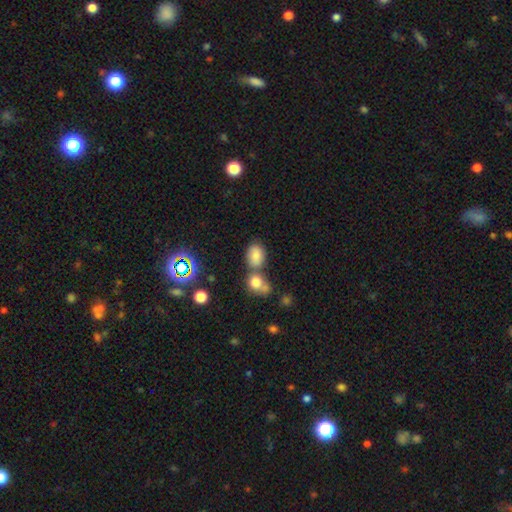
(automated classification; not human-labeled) Q: Smooth or featured?
A: smooth (76%); runner-up: star or artifact (14%)
Q: How rounded?
A: in between (74%); runner-up: round (25%)
Q: Merging?
A: none (51%); runner-up: merger (30%)